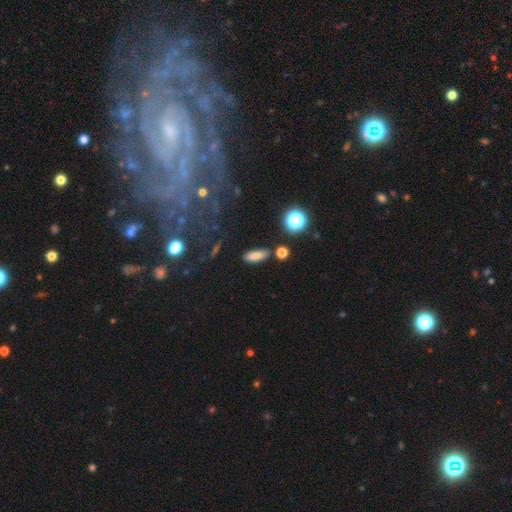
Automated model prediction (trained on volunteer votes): smooth-or-featured: smooth: 81% | star or artifact: 11% | featured or disk: 7%
  how-rounded: in between: 62% | cigar-shaped: 33% | round: 5%
  merging: none: 84% | minor disturbance: 9% | merger: 4% | major disturbance: 3%